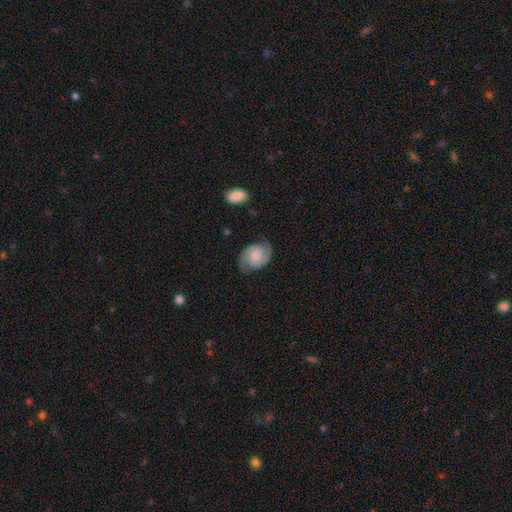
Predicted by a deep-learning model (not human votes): This is clearly a featured or disk galaxy (80%). It is clearly not viewed edge-on (98%). Bar: possibly no (59%). Spiral arm pattern: clearly yes (97%). Spiral arm count: clearly 2 (92%). Spiral winding: possibly medium (48%). Central bulge: marginally small (33%). Merging: clearly none (80%).